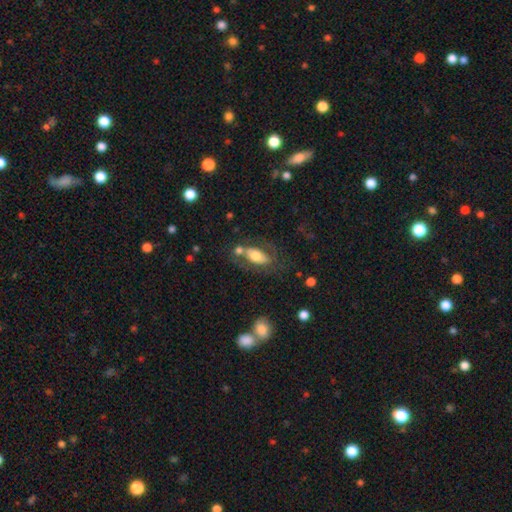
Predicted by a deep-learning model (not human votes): The model was most divided on "smooth or featured": smooth: 55%, featured or disk: 37%, star or artifact: 8%. Remaining: how rounded — in between (86%); merging — none (48%).